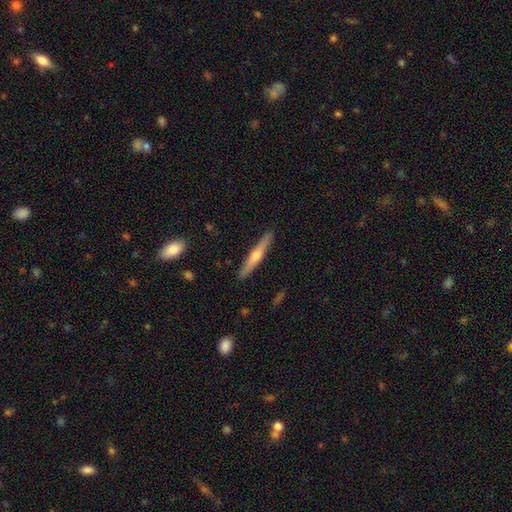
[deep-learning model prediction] smooth_or_featured: featured or disk (p=0.63) [alt: smooth p=0.31]
disk_edge_on: yes (p=0.97) [alt: no p=0.03]
edge_on_bulge: rounded (p=0.91) [alt: none p=0.06]
merging: none (p=0.91) [alt: minor disturbance p=0.07]